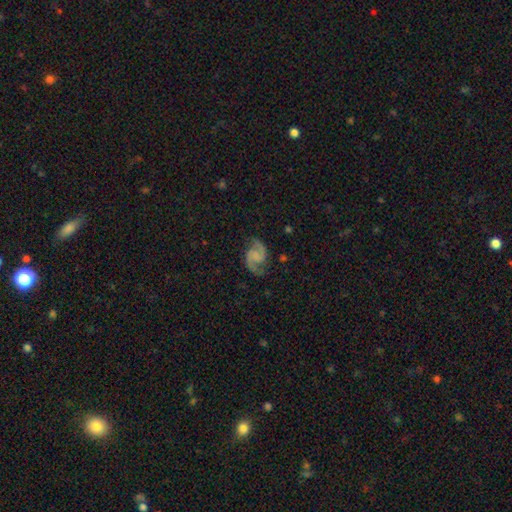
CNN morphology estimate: type=featured or disk (88%); edge-on=no (98%); bar=no (50%); spiral arms=yes (98%); winding=medium (54%); arm count=2 (94%); bulge=none (63%); merging=none (80%).